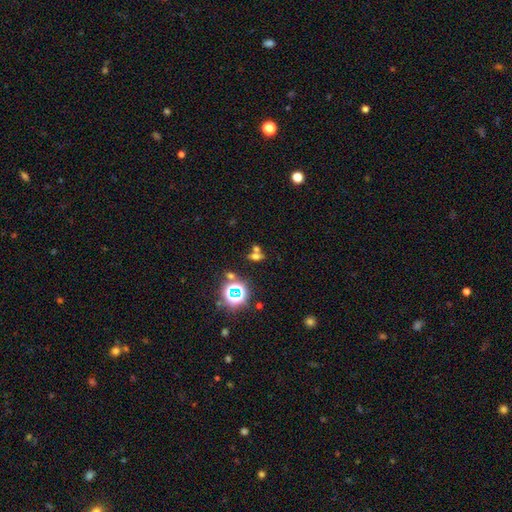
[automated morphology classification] Overall: smooth (50%; star or artifact 34%). How rounded: in between (58%; round 34%). Merging: none (46%; merger 41%).